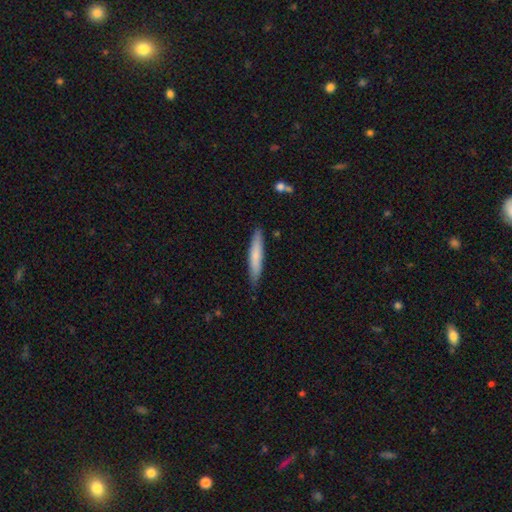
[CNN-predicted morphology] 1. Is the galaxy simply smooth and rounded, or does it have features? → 72% smooth, 22% featured or disk, 5% star or artifact.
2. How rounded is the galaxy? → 92% cigar-shaped, 7% in between, 1% round.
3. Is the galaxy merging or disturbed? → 85% none, 12% minor disturbance, 2% major disturbance, 1% merger.